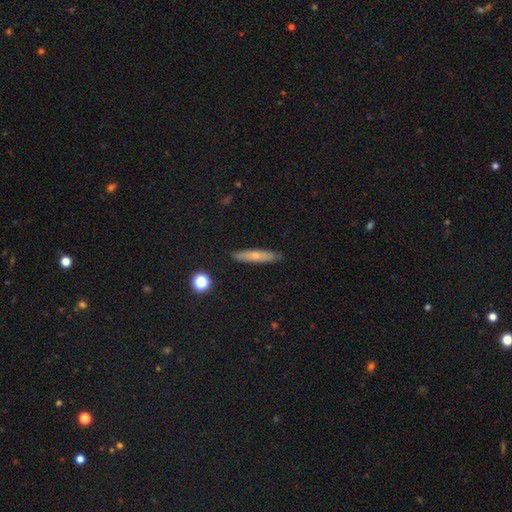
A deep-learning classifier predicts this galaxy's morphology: smooth_or_featured: smooth (p=0.60) [alt: featured or disk p=0.32]
how_rounded: cigar-shaped (p=0.87) [alt: in between p=0.11]
merging: none (p=0.88) [alt: minor disturbance p=0.09]